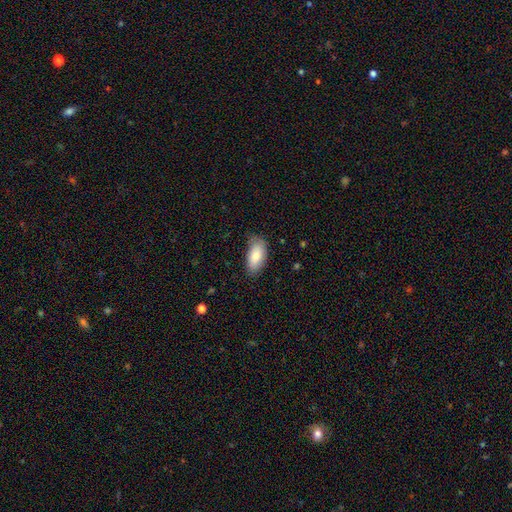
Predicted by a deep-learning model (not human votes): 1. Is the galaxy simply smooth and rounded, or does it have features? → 83% smooth, 11% featured or disk, 6% star or artifact.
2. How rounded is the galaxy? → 92% in between, 5% cigar-shaped, 3% round.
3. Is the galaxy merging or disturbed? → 73% none, 22% minor disturbance, 4% major disturbance, 1% merger.